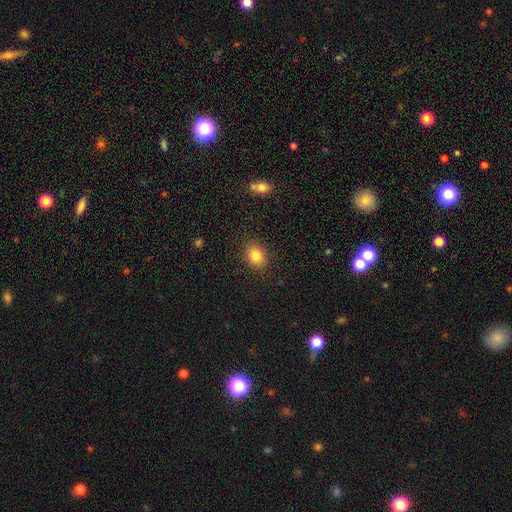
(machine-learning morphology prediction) Smooth or featured? Predicted: smooth (p=0.83). How rounded? Predicted: in between (p=0.57). Merging? Predicted: none (p=0.88).